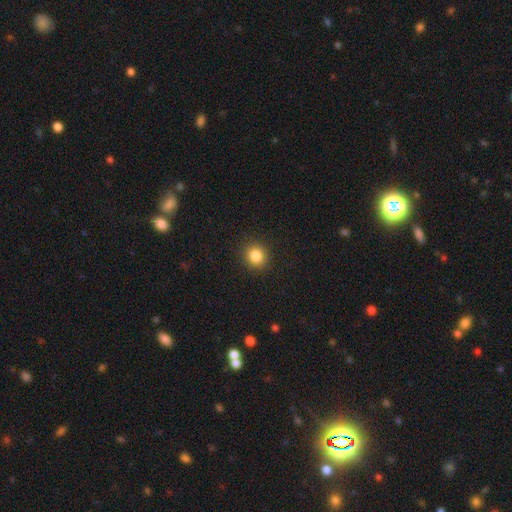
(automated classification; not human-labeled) smooth_or_featured: smooth (p=0.85) [alt: star or artifact p=0.11]
how_rounded: round (p=0.83) [alt: in between p=0.16]
merging: none (p=0.91) [alt: minor disturbance p=0.06]